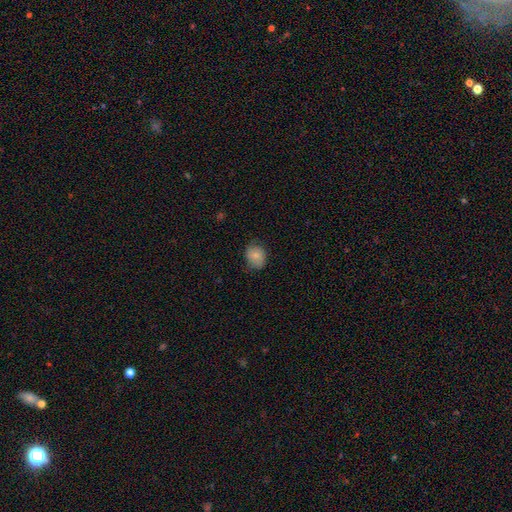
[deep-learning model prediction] This appears to be a smooth galaxy with no disk features (78%) that is round (53%). Merging: none (73%).